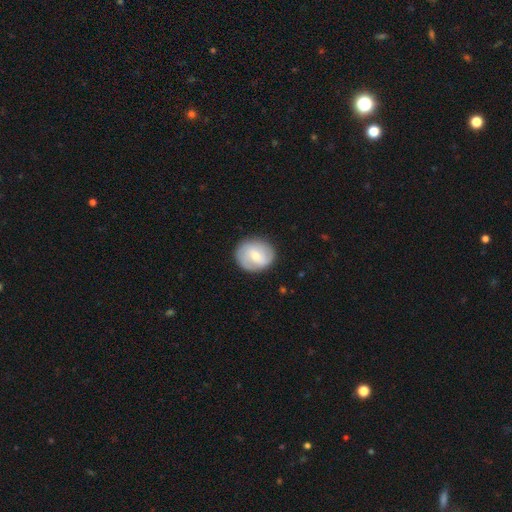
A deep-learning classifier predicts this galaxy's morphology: type=featured or disk (51%); edge-on=no (97%); merging=none (86%).